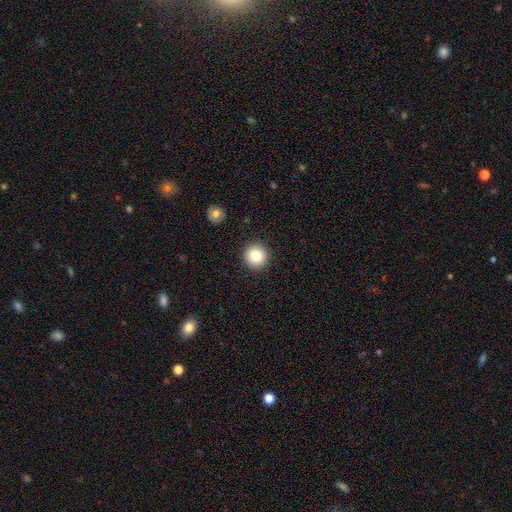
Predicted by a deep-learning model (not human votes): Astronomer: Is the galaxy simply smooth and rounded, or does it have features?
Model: smooth — 83%.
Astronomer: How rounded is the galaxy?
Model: round — 95%.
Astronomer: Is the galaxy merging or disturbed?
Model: none — 91%.